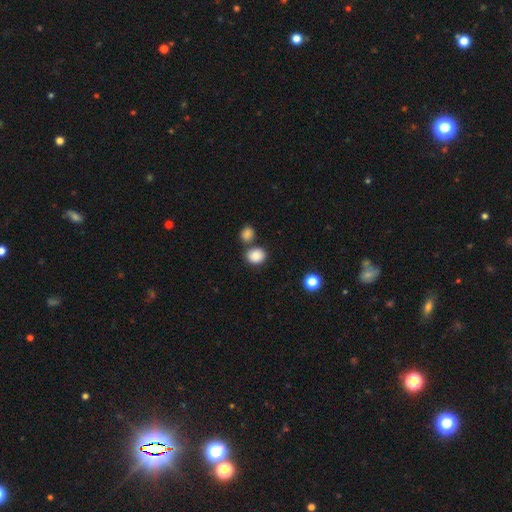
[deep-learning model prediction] The model was most divided on "how rounded": round: 60%, in between: 39%, cigar-shaped: 1%. More confident: smooth or featured — smooth (87%); merging — none (63%).